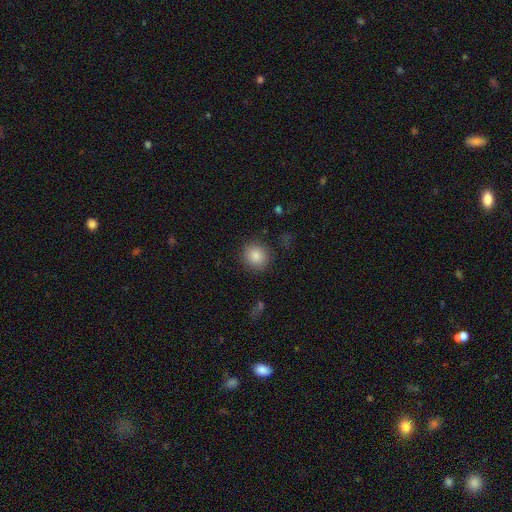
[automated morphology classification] type=smooth (85%); roundness=round (87%); merging=none (87%).